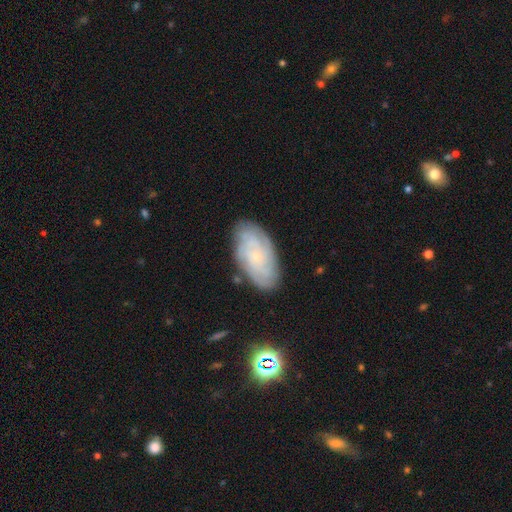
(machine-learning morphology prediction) Q: Smooth or featured?
A: featured or disk (70%); runner-up: smooth (22%)
Q: Edge-on disk?
A: no (95%); runner-up: yes (5%)
Q: Bar?
A: no (80%); runner-up: weak (17%)
Q: Spiral arms?
A: yes (92%); runner-up: no (8%)
Q: Spiral winding?
A: tight (71%); runner-up: medium (22%)
Q: Spiral arm count?
A: can't tell (43%); runner-up: 4 (21%)
Q: Bulge size?
A: small (82%); runner-up: moderate (13%)
Q: Merging?
A: none (81%); runner-up: minor disturbance (14%)